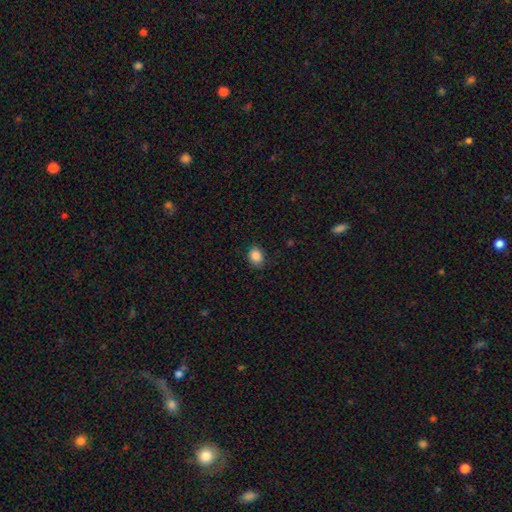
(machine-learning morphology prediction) Q: Smooth or featured?
A: smooth (87%); runner-up: star or artifact (9%)
Q: How rounded?
A: round (54%); runner-up: in between (46%)
Q: Merging?
A: none (83%); runner-up: minor disturbance (13%)